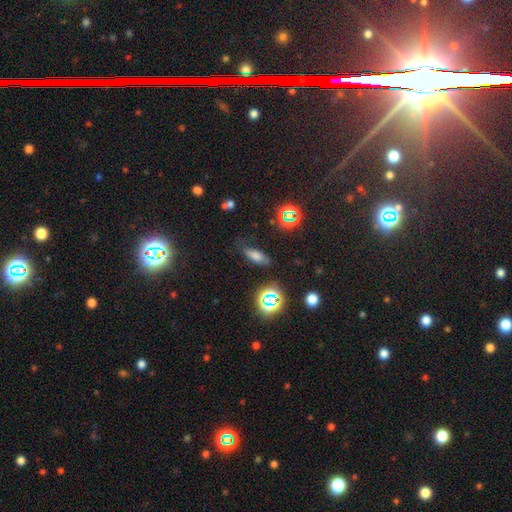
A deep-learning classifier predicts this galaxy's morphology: type=smooth (64%); roundness=in between (62%); merging=none (72%).